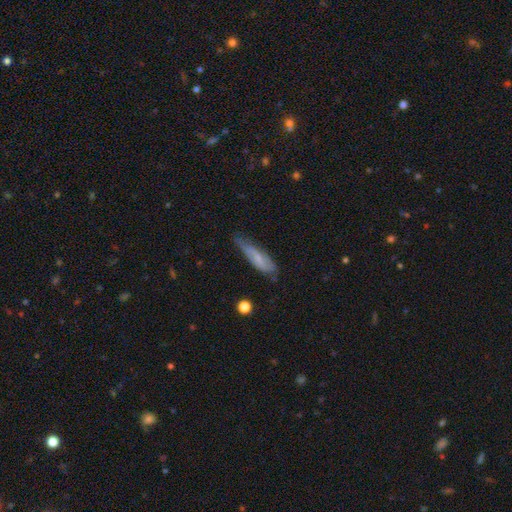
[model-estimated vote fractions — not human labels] The model was most divided on "merging": none: 52%, minor disturbance: 36%, major disturbance: 10%, merger: 2%. More confident: how rounded — cigar-shaped (67%); smooth or featured — smooth (55%).